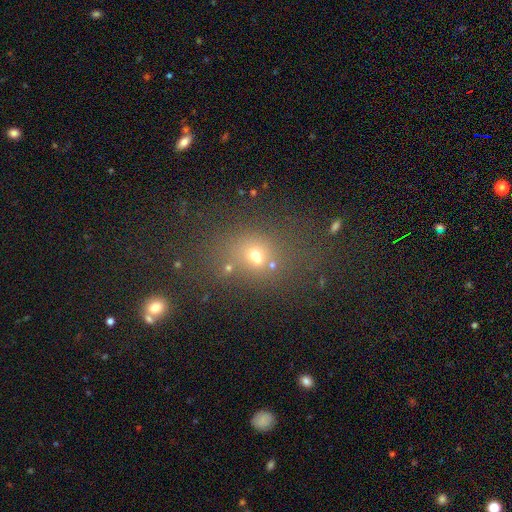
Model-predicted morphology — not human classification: This is possibly a smooth galaxy (57%). How rounded: possibly round (51%). Merging: possibly none (52%).